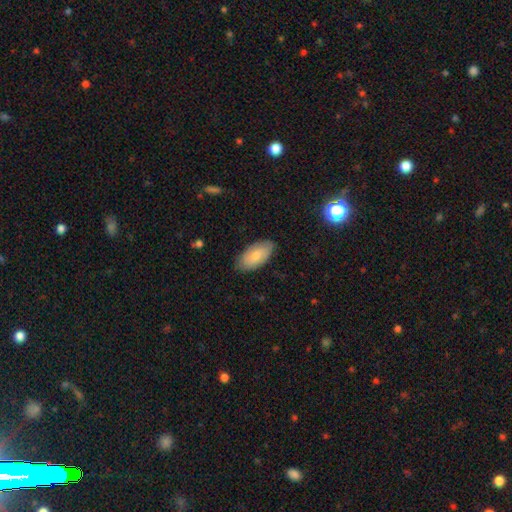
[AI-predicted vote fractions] A smooth galaxy with no disk features (75%) that is in between round and cigar-shaped (95%).

Vote fractions:
- Smooth or featured? smooth: 75% / featured or disk: 19% / star or artifact: 6%
- How rounded? in between: 95% / cigar-shaped: 3% / round: 2%
- Merging? none: 81% / minor disturbance: 16% / major disturbance: 3% / merger: 1%